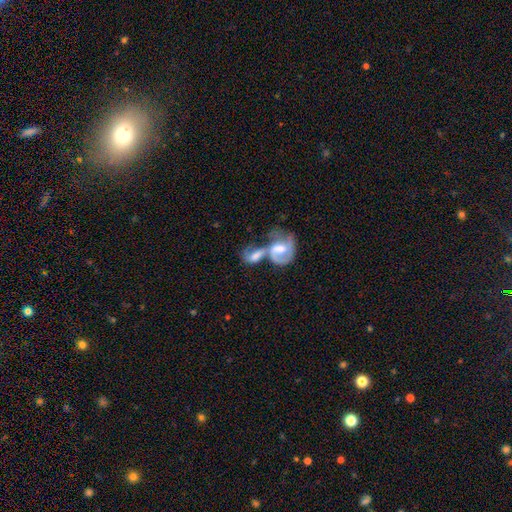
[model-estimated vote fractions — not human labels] Smooth or featured?
  - featured or disk: 64% *
  - smooth: 29%
  - star or artifact: 7%
Edge-on disk?
  - no: 95% *
  - yes: 5%
Bar?
  - weak: 43% *
  - no: 39%
  - strong: 19%
Spiral arms?
  - yes: 82% *
  - no: 18%
Spiral winding?
  - medium: 41% *
  - loose: 36%
  - tight: 23%
Spiral arm count?
  - 2: 68% *
  - 1: 16%
  - can't tell: 12%
  - 3: 2%
  - 4: 1%
  - more than 4: 1%
Bulge size?
  - moderate: 57% *
  - small: 22%
  - large: 13%
  - none: 6%
  - dominant: 2%
Merging?
  - merger: 74% *
  - none: 11%
  - major disturbance: 9%
  - minor disturbance: 6%